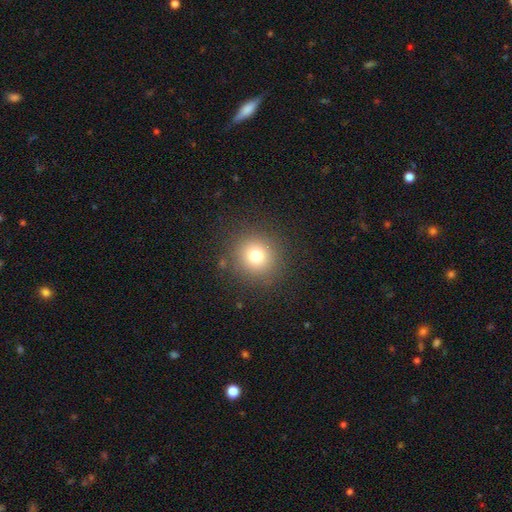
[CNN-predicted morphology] Smooth or featured: smooth — 75% (star or artifact — 15%)
How rounded: round — 92% (in between — 7%)
Merging: none — 87% (minor disturbance — 7%)